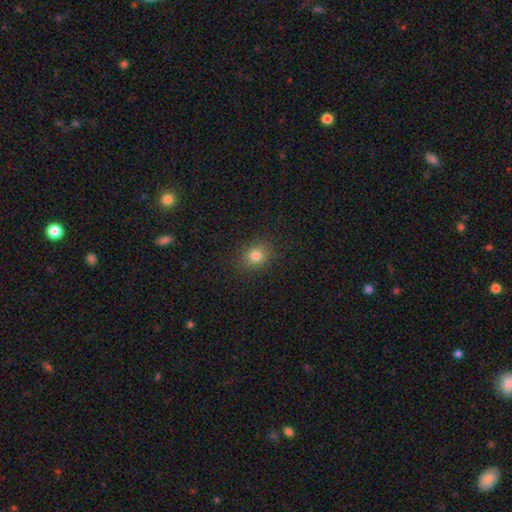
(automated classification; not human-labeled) Smooth or featured? smooth (79%)
How rounded? round (70%)
Merging? none (88%)